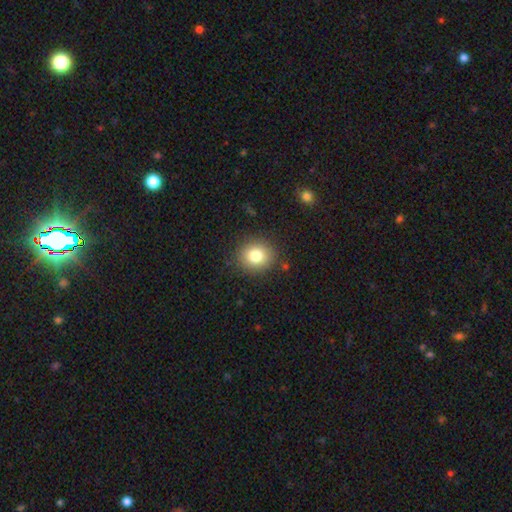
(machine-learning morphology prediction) Smooth or featured: smooth — 81% (star or artifact — 11%)
How rounded: round — 81% (in between — 18%)
Merging: none — 87% (minor disturbance — 8%)